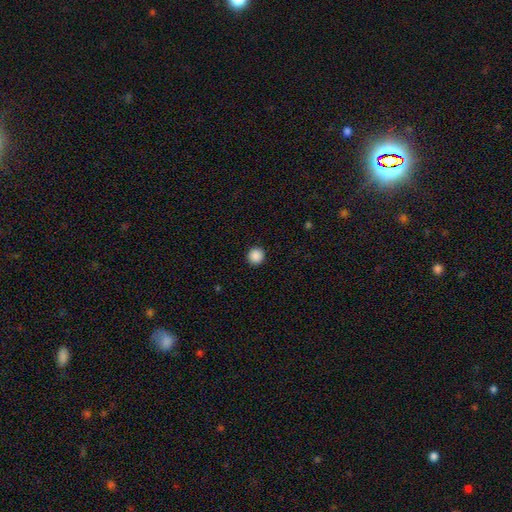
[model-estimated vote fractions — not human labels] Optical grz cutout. It shows a smooth galaxy with no disk features (88%) that is round (93%). Merging: none (92%).